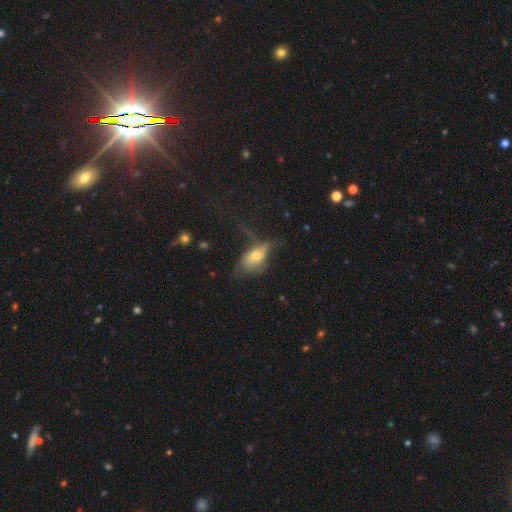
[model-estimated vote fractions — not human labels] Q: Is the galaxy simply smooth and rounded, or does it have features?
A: smooth — 54%.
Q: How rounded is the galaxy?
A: in between — 85%.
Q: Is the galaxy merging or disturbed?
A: major disturbance — 44%.